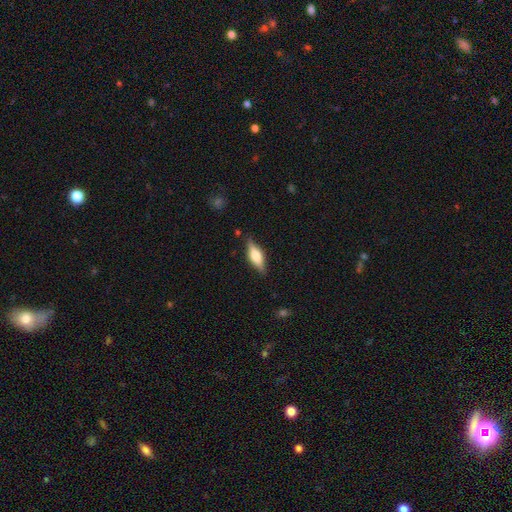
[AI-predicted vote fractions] Smooth or featured?
  - smooth: 49% *
  - featured or disk: 45%
  - star or artifact: 7%
Merging?
  - none: 82% *
  - minor disturbance: 13%
  - major disturbance: 3%
  - merger: 2%